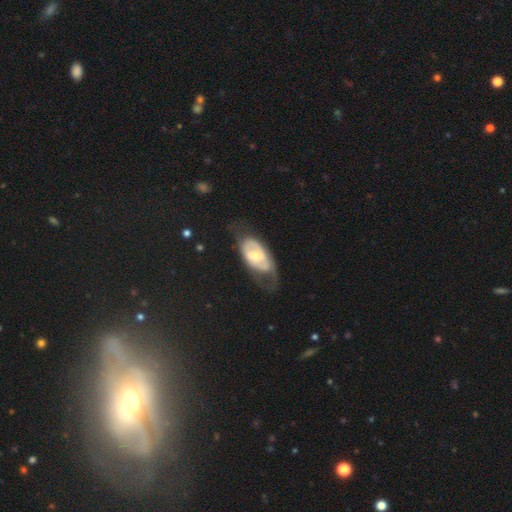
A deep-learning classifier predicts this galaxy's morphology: A featured or disk galaxy (58%) with no bar (65%), no spiral arms (52%) and a moderate central bulge (53%).

Vote fractions:
- Smooth or featured? featured or disk: 58% / smooth: 37% / star or artifact: 6%
- Edge-on disk? no: 91% / yes: 9%
- Bar? no: 65% / weak: 27% / strong: 8%
- Spiral arms? no: 52% / yes: 48%
- Bulge size? moderate: 53% / small: 36% / large: 7% / none: 2% / dominant: 1%
- Merging? none: 37% / major disturbance: 31% / minor disturbance: 30% / merger: 2%